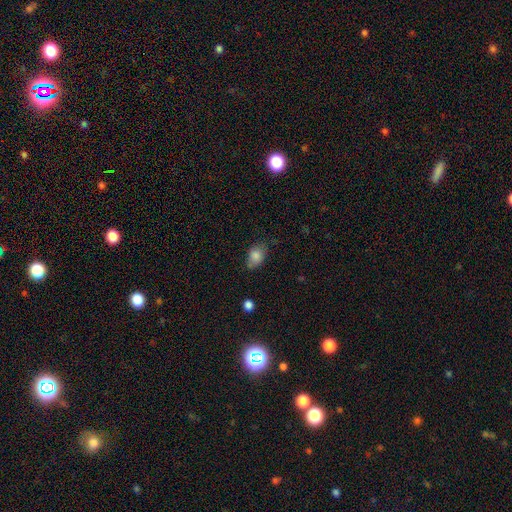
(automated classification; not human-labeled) Smooth or featured: smooth — 83% (featured or disk — 9%)
How rounded: in between — 76% (round — 23%)
Merging: none — 57% (minor disturbance — 32%)